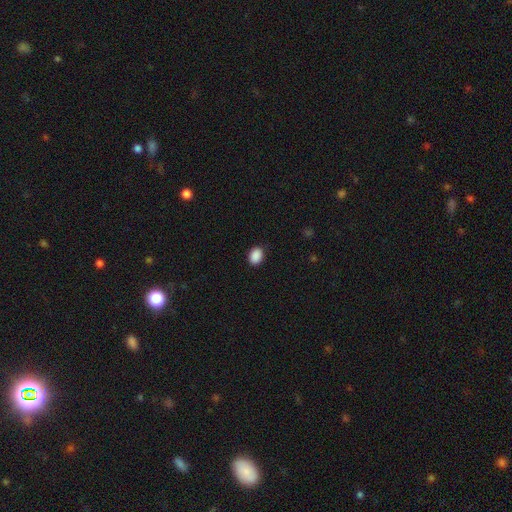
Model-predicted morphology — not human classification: smooth-or-featured: smooth: 90% | star or artifact: 8% | featured or disk: 2%
  how-rounded: in between: 68% | round: 31% | cigar-shaped: 1%
  merging: none: 88% | minor disturbance: 9% | major disturbance: 2% | merger: 1%